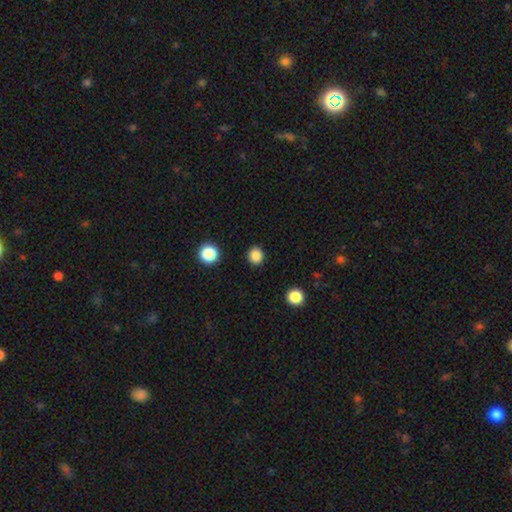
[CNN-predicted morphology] Smooth or featured?
  - smooth: 85% *
  - star or artifact: 12%
  - featured or disk: 3%
How rounded?
  - round: 85% *
  - in between: 14%
  - cigar-shaped: 1%
Merging?
  - none: 90% *
  - minor disturbance: 6%
  - major disturbance: 2%
  - merger: 1%